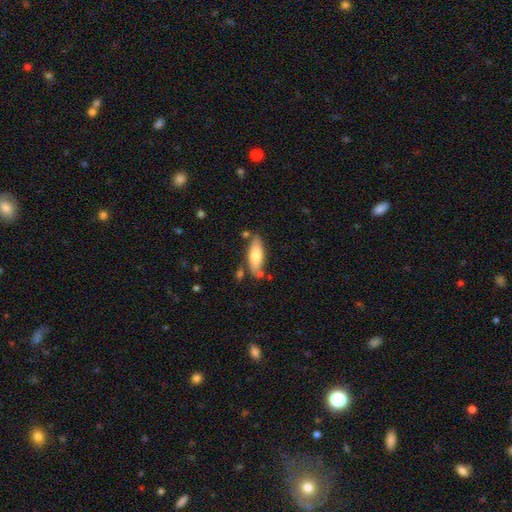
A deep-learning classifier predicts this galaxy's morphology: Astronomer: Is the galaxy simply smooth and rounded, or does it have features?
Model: smooth — 74%.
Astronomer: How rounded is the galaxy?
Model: in between — 62%.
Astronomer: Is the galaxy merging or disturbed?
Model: none — 73%.